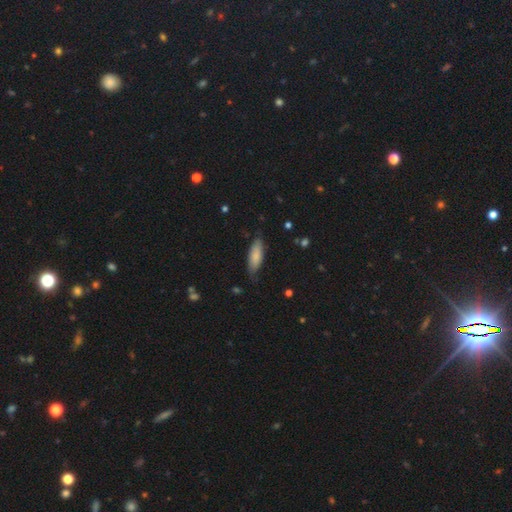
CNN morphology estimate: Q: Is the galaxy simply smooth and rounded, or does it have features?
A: smooth — 81%.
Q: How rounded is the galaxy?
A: in between — 63%.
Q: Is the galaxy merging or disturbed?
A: none — 72%.